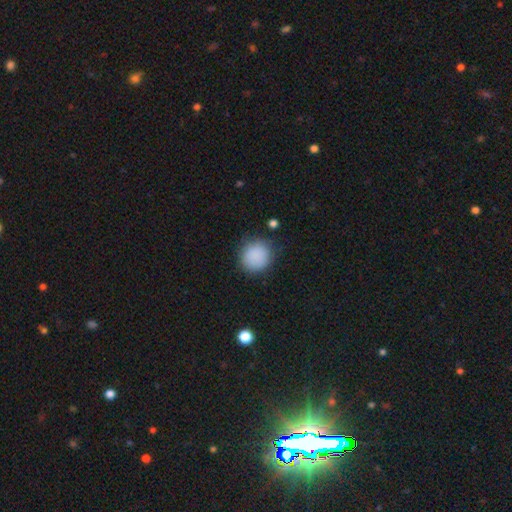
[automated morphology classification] A smooth galaxy with no disk features (87%) that is round (89%).

Vote fractions:
- Smooth or featured? smooth: 87% / star or artifact: 9% / featured or disk: 4%
- How rounded? round: 89% / in between: 10% / cigar-shaped: 1%
- Merging? none: 81% / minor disturbance: 13% / major disturbance: 4% / merger: 2%